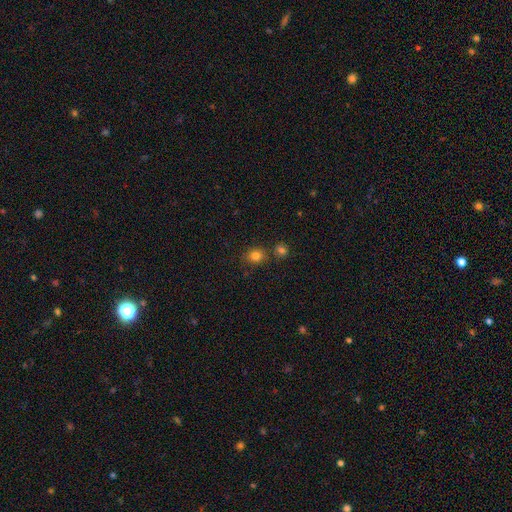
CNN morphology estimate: A smooth galaxy with no disk features (81%) that is round (73%). Merging: none (74%).